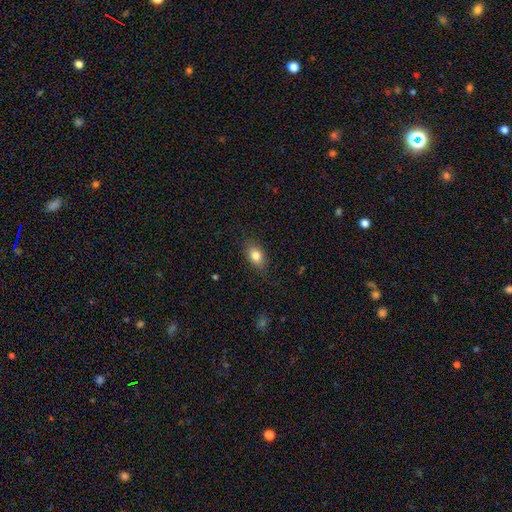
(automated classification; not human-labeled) Smooth or featured?
  - smooth: 80% *
  - featured or disk: 11%
  - star or artifact: 8%
How rounded?
  - in between: 83% *
  - round: 14%
  - cigar-shaped: 3%
Merging?
  - none: 83% *
  - minor disturbance: 13%
  - major disturbance: 3%
  - merger: 1%